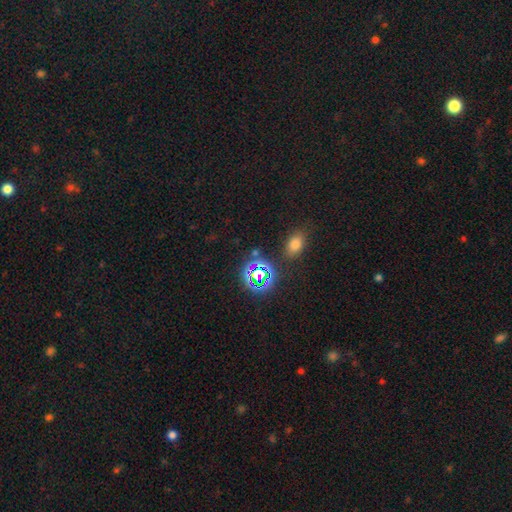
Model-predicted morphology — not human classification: This appears to be a star or artifact, not a galaxy (61%).